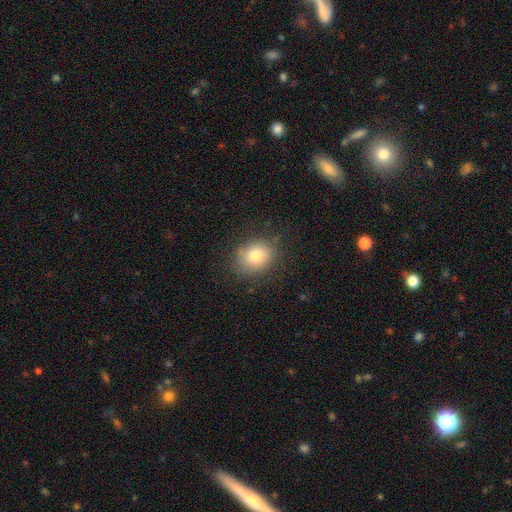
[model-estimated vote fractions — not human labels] smooth-or-featured: smooth: 79% | star or artifact: 11% | featured or disk: 11%
  how-rounded: round: 58% | in between: 42% | cigar-shaped: 1%
  merging: none: 81% | minor disturbance: 14% | major disturbance: 4% | merger: 1%